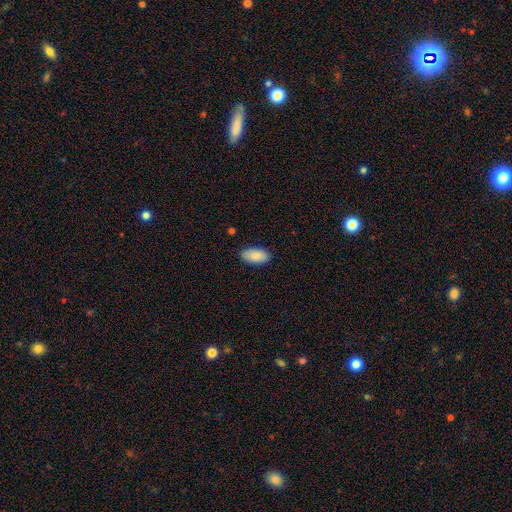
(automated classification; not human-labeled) The model was most divided on "merging": none: 87%, minor disturbance: 10%, major disturbance: 2%, merger: 1%. More confident: how rounded — in between (95%); smooth or featured — smooth (89%).